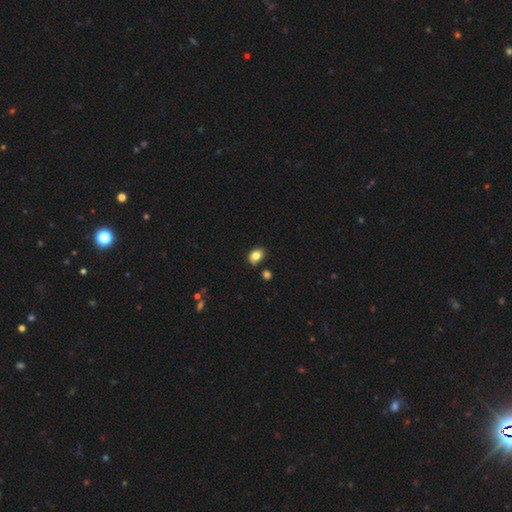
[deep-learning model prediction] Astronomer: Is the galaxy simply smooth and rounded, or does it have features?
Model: smooth — 82%.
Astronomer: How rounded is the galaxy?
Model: in between — 72%.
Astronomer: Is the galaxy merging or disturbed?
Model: none — 77%.